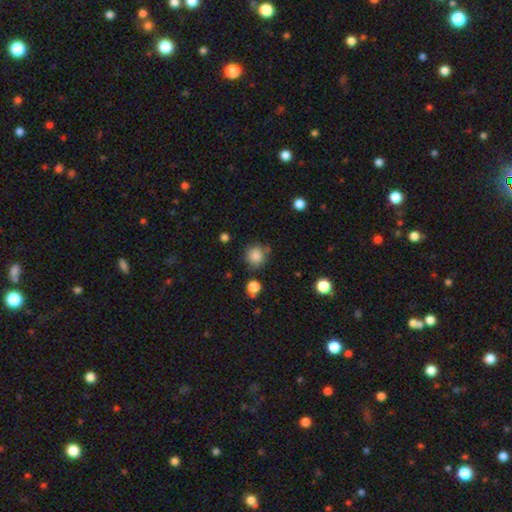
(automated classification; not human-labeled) Morphology: type=smooth (84%); roundness=round (90%); merging=none (75%).